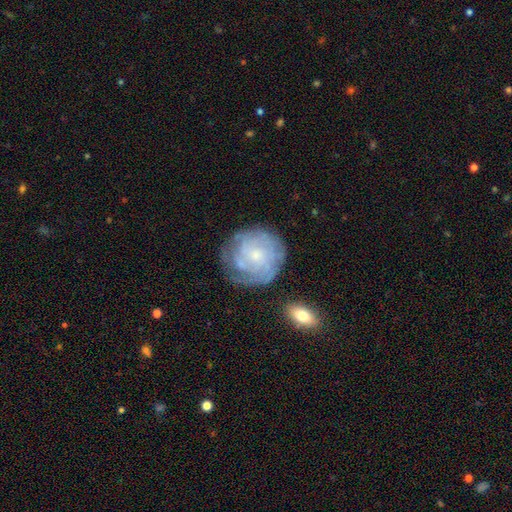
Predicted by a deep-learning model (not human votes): Smooth or featured: featured or disk — 67% (smooth — 26%)
Edge-on disk: no — 97% (yes — 3%)
Bar: no — 79% (weak — 18%)
Spiral arms: yes — 83% (no — 17%)
Spiral winding: tight — 70% (medium — 21%)
Spiral arm count: can't tell — 56% (3 — 11%)
Bulge size: small — 73% (moderate — 18%)
Merging: none — 67% (minor disturbance — 19%)